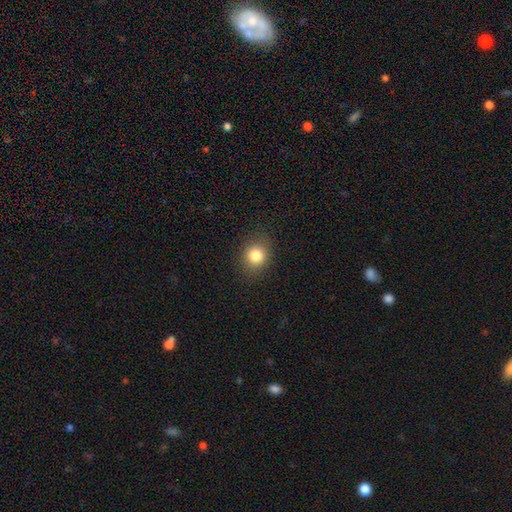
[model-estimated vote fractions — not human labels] smooth_or_featured: smooth (p=0.82) [alt: star or artifact p=0.11]
how_rounded: round (p=0.70) [alt: in between p=0.29]
merging: none (p=0.87) [alt: minor disturbance p=0.09]